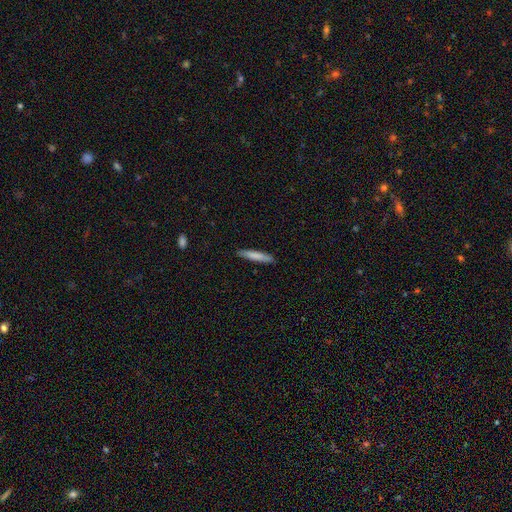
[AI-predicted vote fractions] Smooth or featured? smooth (80%)
How rounded? cigar-shaped (92%)
Merging? none (89%)